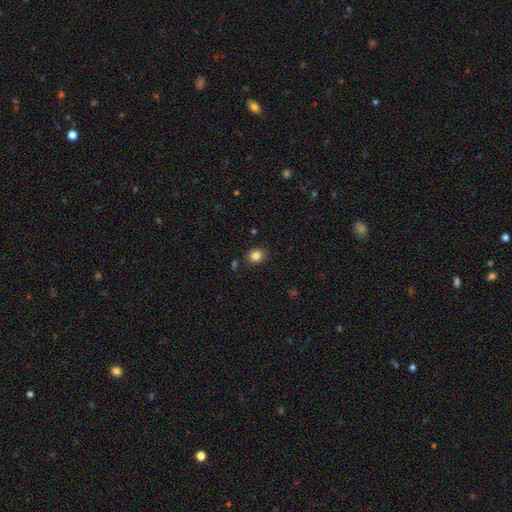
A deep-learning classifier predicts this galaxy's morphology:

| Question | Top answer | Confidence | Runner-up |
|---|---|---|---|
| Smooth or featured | smooth | 84% | star or artifact (11%) |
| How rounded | round | 67% | in between (32%) |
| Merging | none | 87% | minor disturbance (8%) |